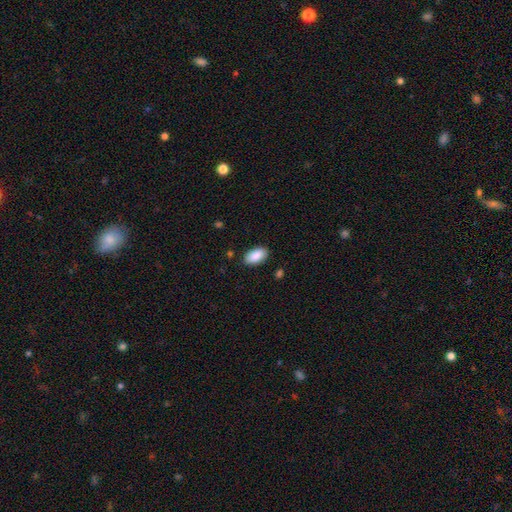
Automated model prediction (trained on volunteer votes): Smooth or featured?
  - smooth: 90% *
  - star or artifact: 6%
  - featured or disk: 4%
How rounded?
  - in between: 95% *
  - round: 3%
  - cigar-shaped: 2%
Merging?
  - none: 86% *
  - minor disturbance: 10%
  - major disturbance: 2%
  - merger: 1%